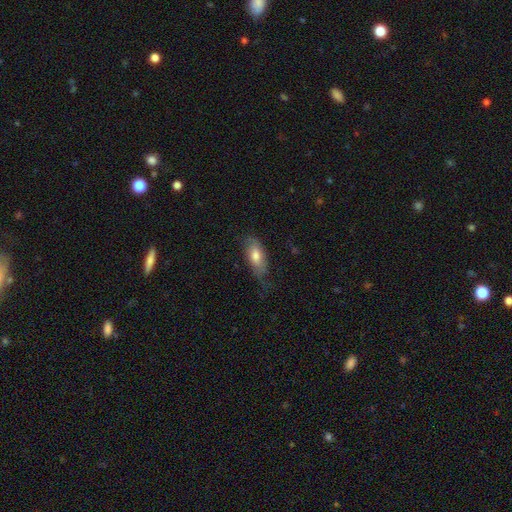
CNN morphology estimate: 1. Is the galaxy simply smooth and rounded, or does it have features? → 66% smooth, 28% featured or disk, 6% star or artifact.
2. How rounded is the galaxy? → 85% in between, 12% cigar-shaped, 3% round.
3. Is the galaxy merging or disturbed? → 53% none, 31% minor disturbance, 15% major disturbance, 2% merger.